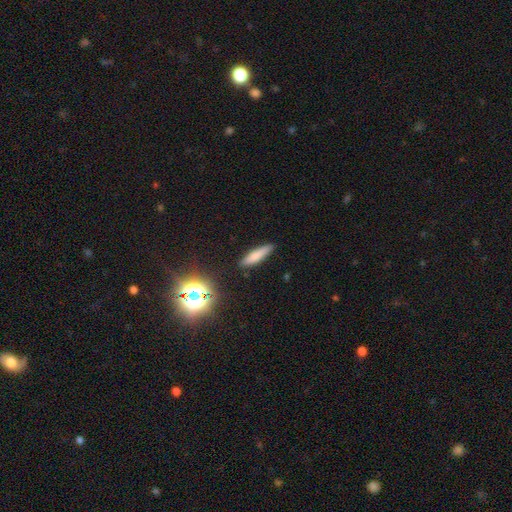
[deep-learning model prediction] Morphology: type=smooth (74%); roundness=cigar-shaped (78%); merging=none (87%).